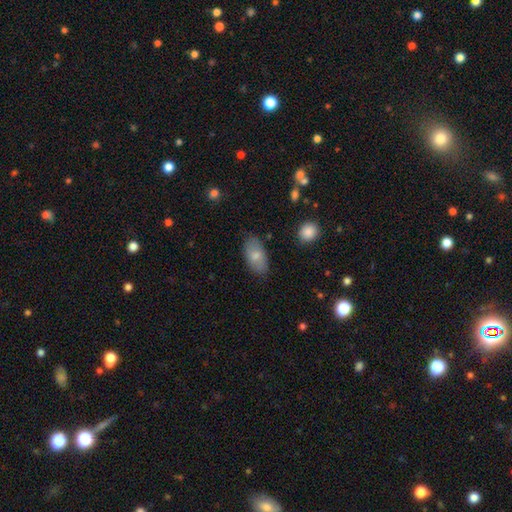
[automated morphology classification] type=smooth (75%); roundness=in between (94%); merging=none (81%).